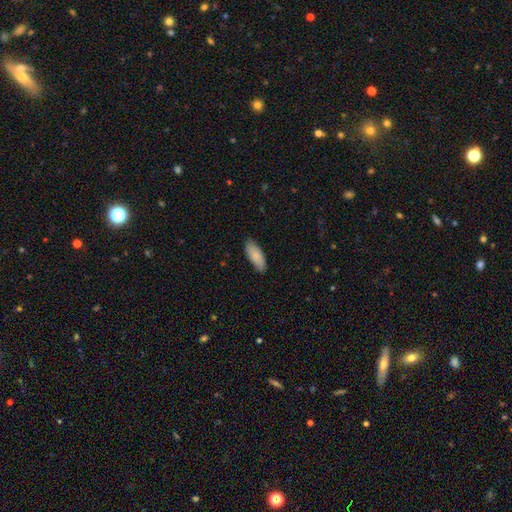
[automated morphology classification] Smooth or featured? Predicted: smooth (p=0.86). How rounded? Predicted: in between (p=0.79). Merging? Predicted: none (p=0.86).